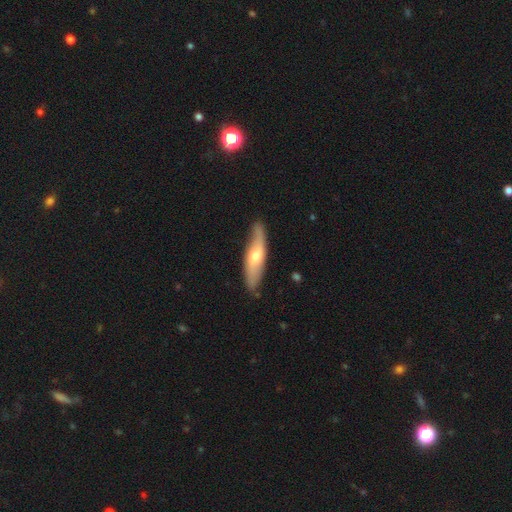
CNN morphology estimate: featured or disk 50%, smooth 45%, star or artifact 5%. Down the decision tree: edge-on disk — yes (51%); merging — none (79%).